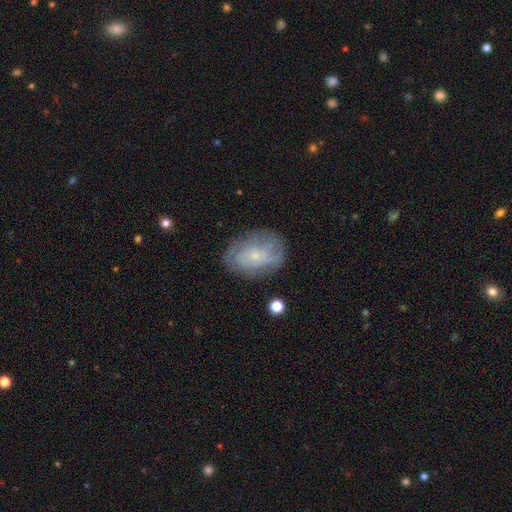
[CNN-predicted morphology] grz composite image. It shows a featured or disk galaxy (61%) with no bar (80%), spiral arms (75%) and a small central bulge (82%). Merging: none (72%).